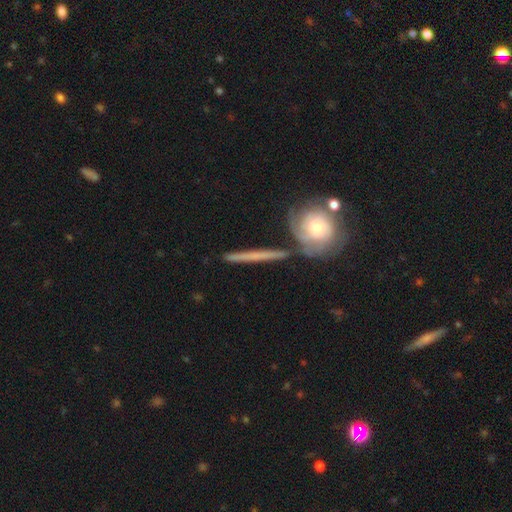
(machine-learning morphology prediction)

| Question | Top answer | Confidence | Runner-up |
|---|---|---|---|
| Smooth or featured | featured or disk | 57% | smooth (35%) |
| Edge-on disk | yes | 83% | no (17%) |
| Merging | none | 79% | minor disturbance (10%) |